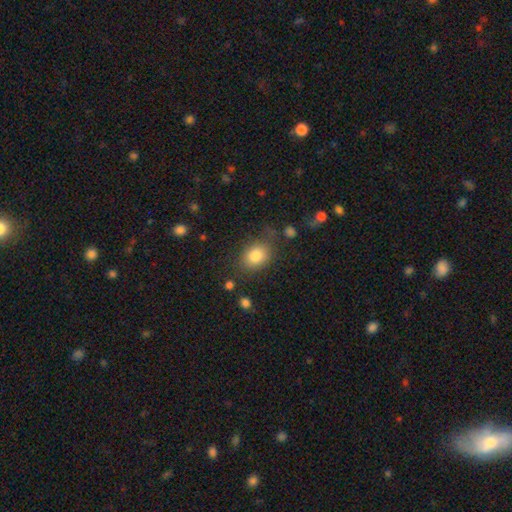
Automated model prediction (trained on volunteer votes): A smooth galaxy with no disk features (82%) that is in between round and cigar-shaped (58%). Merging: none (72%).